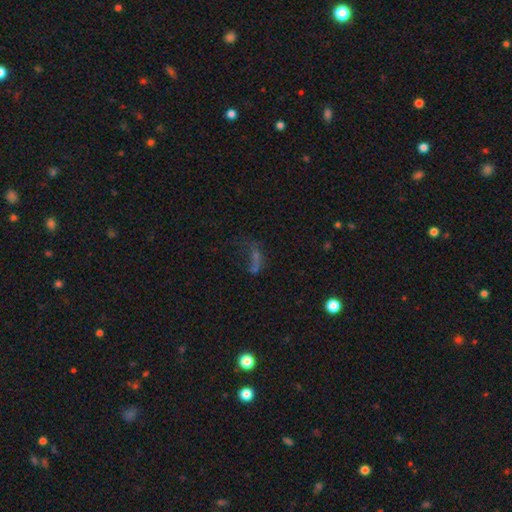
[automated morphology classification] type=smooth (36%); merging=major disturbance (35%, tied with none).